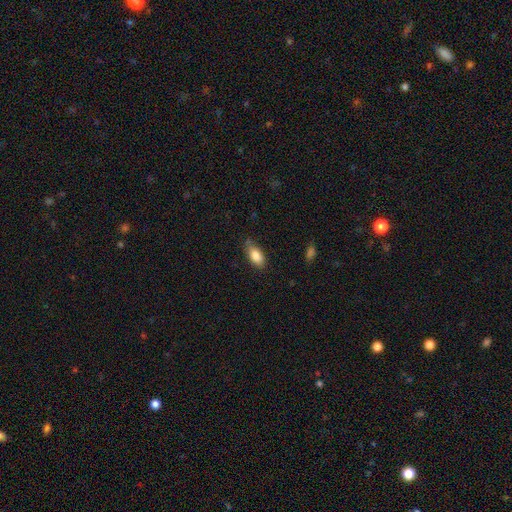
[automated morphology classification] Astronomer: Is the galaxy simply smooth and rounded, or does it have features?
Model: smooth — 84%.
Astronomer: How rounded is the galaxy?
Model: in between — 89%.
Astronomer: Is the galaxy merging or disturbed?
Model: none — 75%.